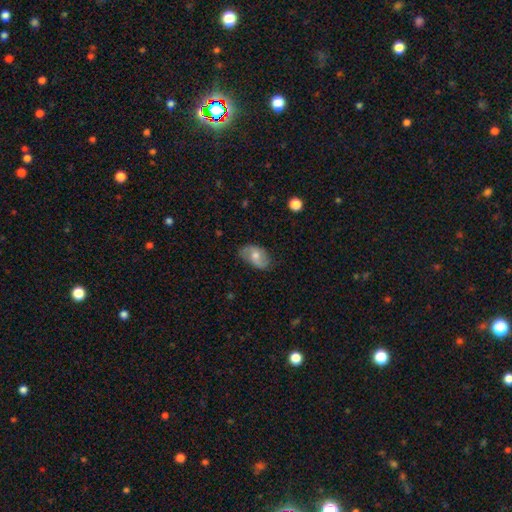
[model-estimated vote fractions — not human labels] smooth_or_featured: featured or disk (p=0.47) [alt: smooth p=0.45]
merging: none (p=0.72) [alt: minor disturbance p=0.22]